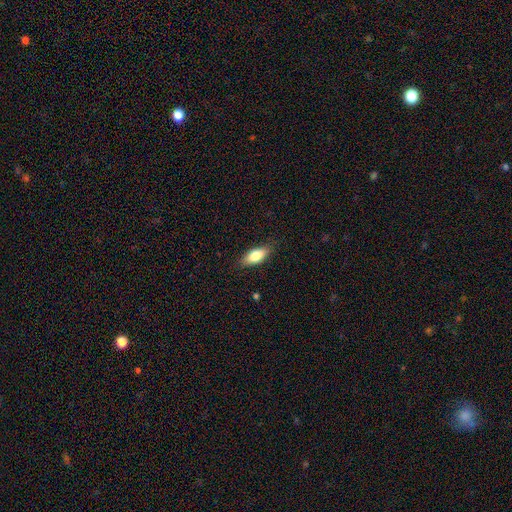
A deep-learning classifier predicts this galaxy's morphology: Smooth or featured: smooth — 79% (featured or disk — 15%)
How rounded: in between — 78% (cigar-shaped — 19%)
Merging: none — 84% (minor disturbance — 12%)